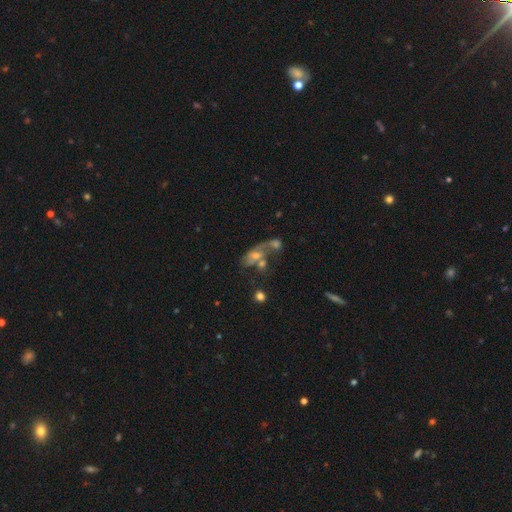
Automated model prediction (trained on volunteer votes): smooth-or-featured: featured or disk: 52% | smooth: 29% | star or artifact: 19%
  disk-edge-on: no: 90% | yes: 10%
  merging: merger: 45% | major disturbance: 22% | none: 22% | minor disturbance: 11%